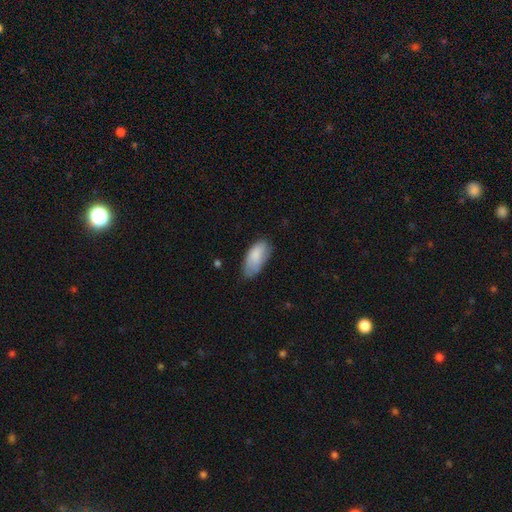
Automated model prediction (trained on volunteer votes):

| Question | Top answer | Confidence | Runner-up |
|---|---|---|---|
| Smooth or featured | smooth | 82% | featured or disk (12%) |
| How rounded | in between | 91% | cigar-shaped (7%) |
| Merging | none | 61% | minor disturbance (30%) |